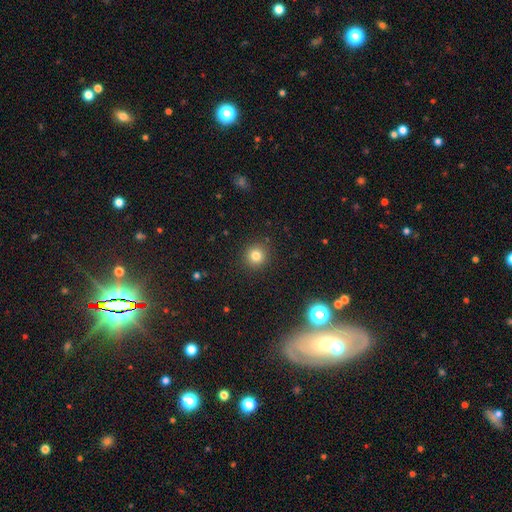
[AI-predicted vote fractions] Smooth or featured?
  - smooth: 80% *
  - star or artifact: 13%
  - featured or disk: 7%
How rounded?
  - round: 92% *
  - in between: 7%
  - cigar-shaped: 1%
Merging?
  - none: 91% *
  - minor disturbance: 6%
  - major disturbance: 2%
  - merger: 1%